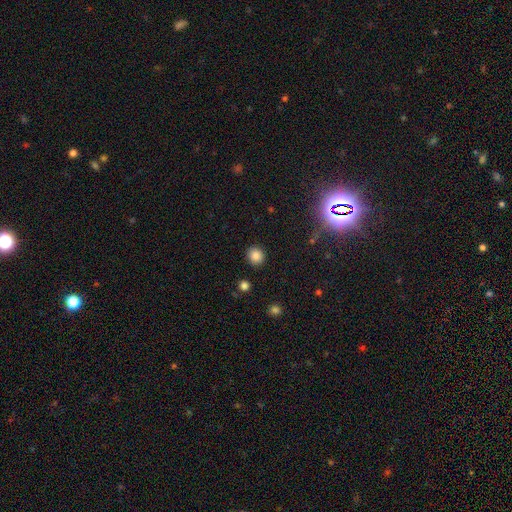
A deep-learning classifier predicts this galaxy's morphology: smooth_or_featured: smooth (p=0.85) [alt: star or artifact p=0.12]
how_rounded: round (p=0.87) [alt: in between p=0.12]
merging: none (p=0.90) [alt: minor disturbance p=0.06]